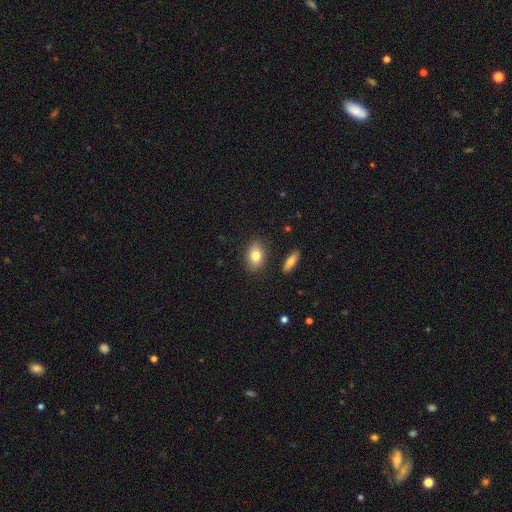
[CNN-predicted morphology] A smooth galaxy with no disk features (79%) that is in between round and cigar-shaped (85%).

Vote fractions:
- Smooth or featured? smooth: 79% / featured or disk: 13% / star or artifact: 8%
- How rounded? in between: 85% / round: 13% / cigar-shaped: 2%
- Merging? none: 85% / minor disturbance: 10% / merger: 3% / major disturbance: 2%